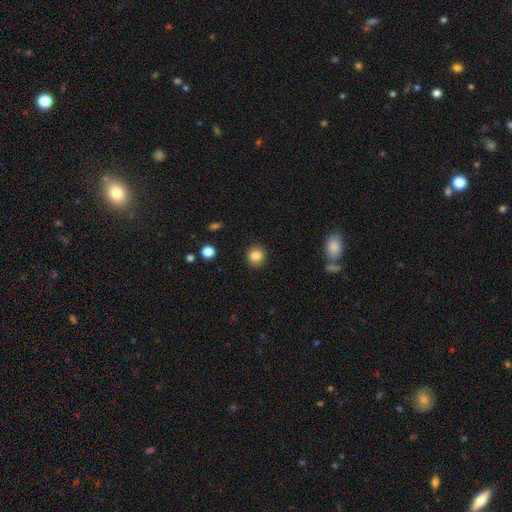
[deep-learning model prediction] smooth 85%, star or artifact 10%, featured or disk 5%. Down the decision tree: how rounded — round (87%); merging — none (90%).